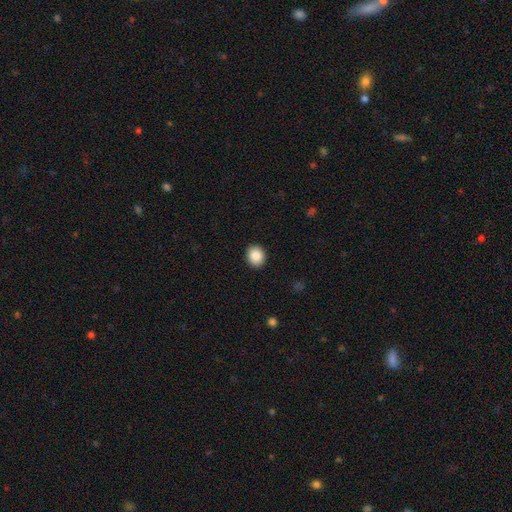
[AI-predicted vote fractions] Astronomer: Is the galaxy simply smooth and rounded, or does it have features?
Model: smooth — 88%.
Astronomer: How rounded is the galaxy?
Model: round — 64%.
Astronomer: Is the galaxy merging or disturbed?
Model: none — 91%.